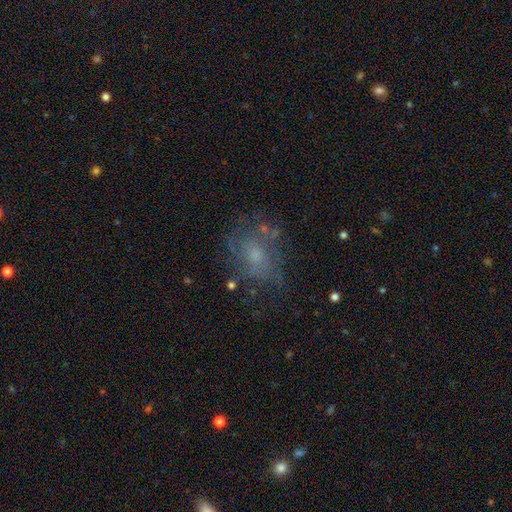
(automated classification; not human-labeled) featured or disk 55%, smooth 31%, star or artifact 15%. Down the decision tree: edge-on disk — no (96%); bar — no (78%); spiral arms — yes (61%); bulge size — moderate (43%); merging — none (58%).